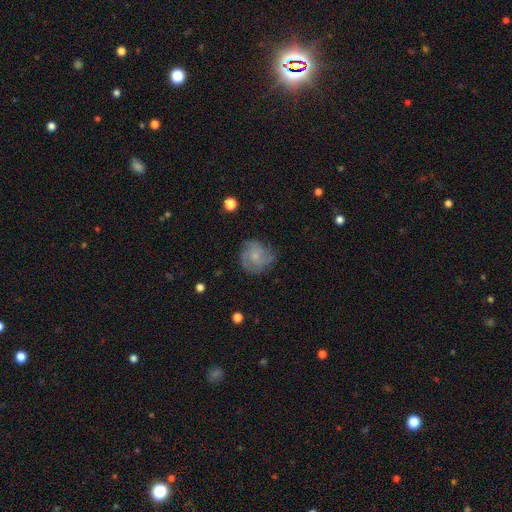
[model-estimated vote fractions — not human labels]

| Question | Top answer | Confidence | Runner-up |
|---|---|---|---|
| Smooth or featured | featured or disk | 56% | smooth (35%) |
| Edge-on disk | no | 98% | yes (2%) |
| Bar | no | 77% | weak (21%) |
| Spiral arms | yes | 81% | no (19%) |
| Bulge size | small | 53% | moderate (33%) |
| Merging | none | 67% | minor disturbance (22%) |